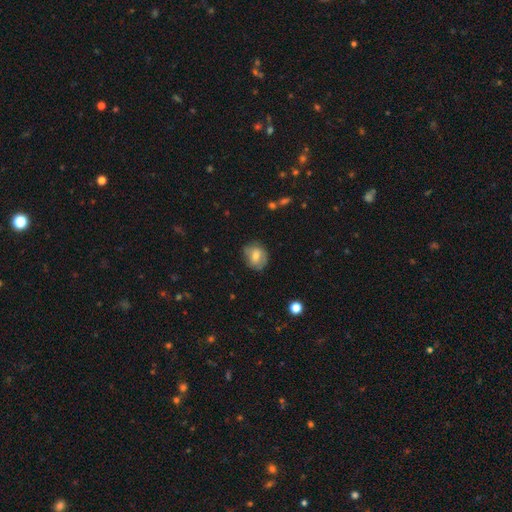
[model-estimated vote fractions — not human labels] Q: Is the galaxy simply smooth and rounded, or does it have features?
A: smooth — 62%.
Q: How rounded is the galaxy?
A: round — 66%.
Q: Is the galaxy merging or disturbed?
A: none — 73%.